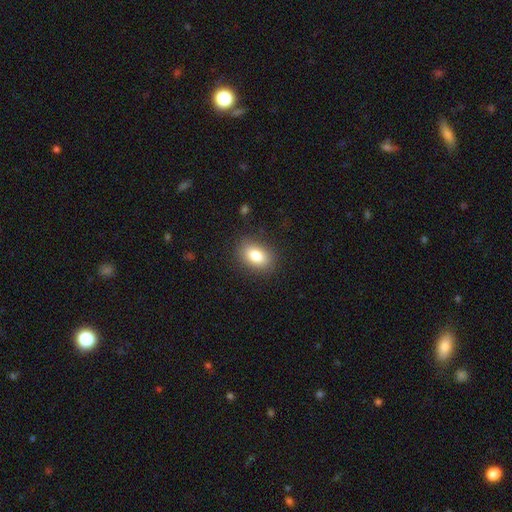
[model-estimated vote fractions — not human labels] Smooth or featured: smooth — 82% (featured or disk — 9%)
How rounded: in between — 83% (round — 15%)
Merging: none — 86% (minor disturbance — 10%)